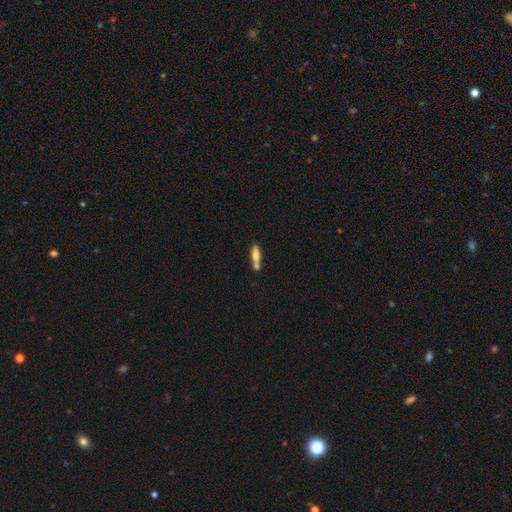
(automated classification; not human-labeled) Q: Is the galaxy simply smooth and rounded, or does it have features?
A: smooth — 68%.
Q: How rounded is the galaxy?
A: cigar-shaped — 56%.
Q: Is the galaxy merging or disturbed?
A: none — 48%.